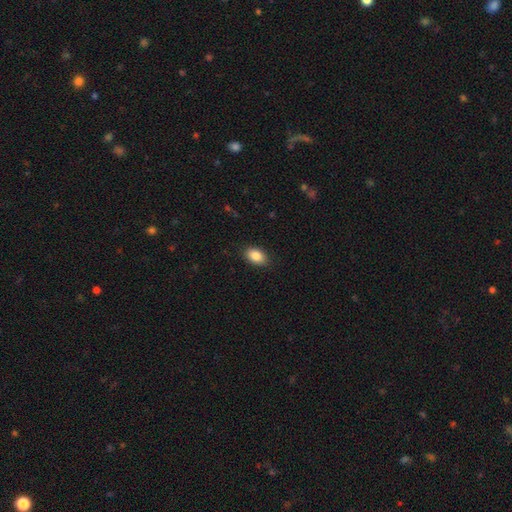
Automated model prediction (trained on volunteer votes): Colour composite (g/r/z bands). It shows a smooth galaxy with no disk features (87%) that is in between round and cigar-shaped (89%). Merging: none (88%).